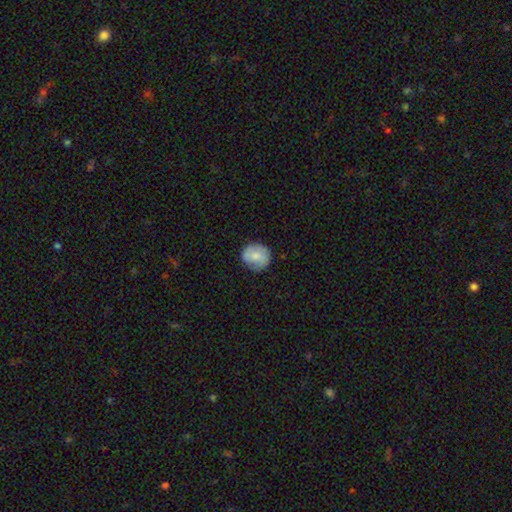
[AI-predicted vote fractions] A smooth galaxy with no disk features (73%) that is round (88%). Merging: none (80%).